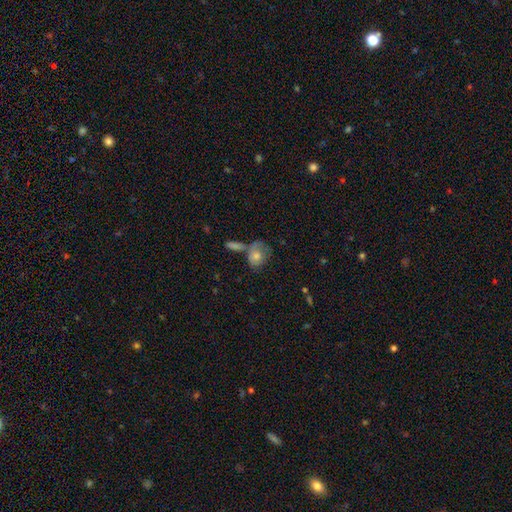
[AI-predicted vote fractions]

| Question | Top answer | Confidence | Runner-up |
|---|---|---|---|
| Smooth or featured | smooth | 57% | featured or disk (31%) |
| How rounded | round | 53% | in between (45%) |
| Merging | none | 43% | merger (26%) |